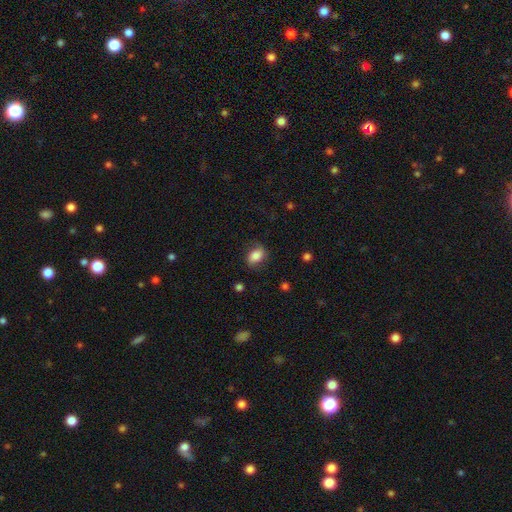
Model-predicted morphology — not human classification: This appears to be a smooth galaxy with no disk features (73%) that is in between round and cigar-shaped (76%). Merging: none (70%).